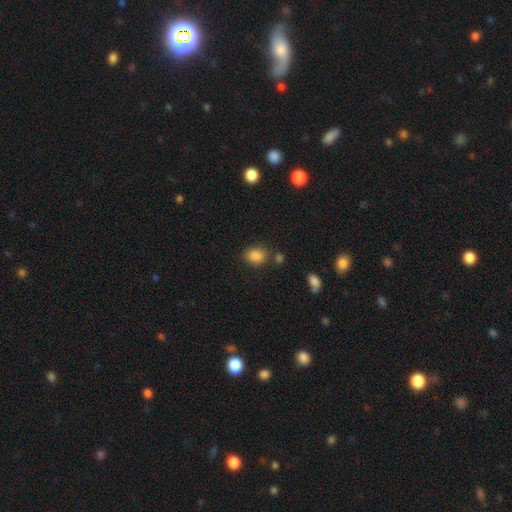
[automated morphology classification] This appears to be a smooth galaxy with no disk features (86%) that is in between round and cigar-shaped (68%). Merging: none (73%).